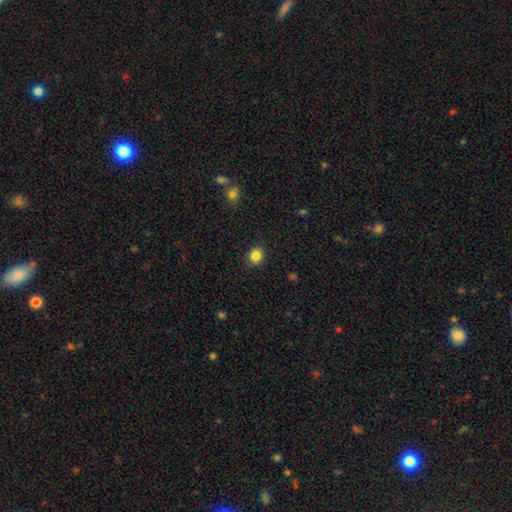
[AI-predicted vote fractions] Overall: smooth (85%). How rounded: round (76%). Merging: none (90%).